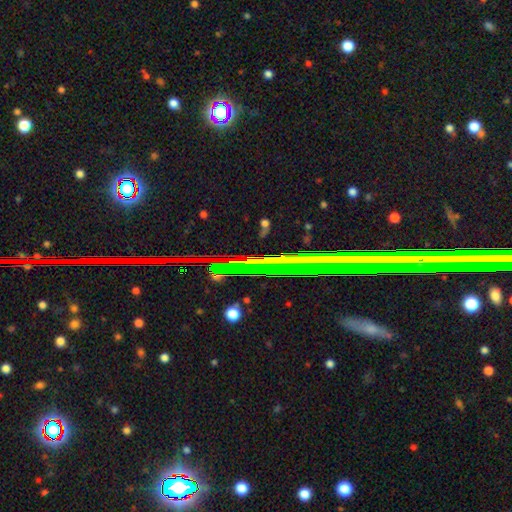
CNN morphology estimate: Smooth or featured: star or artifact — 71% (featured or disk — 18%)